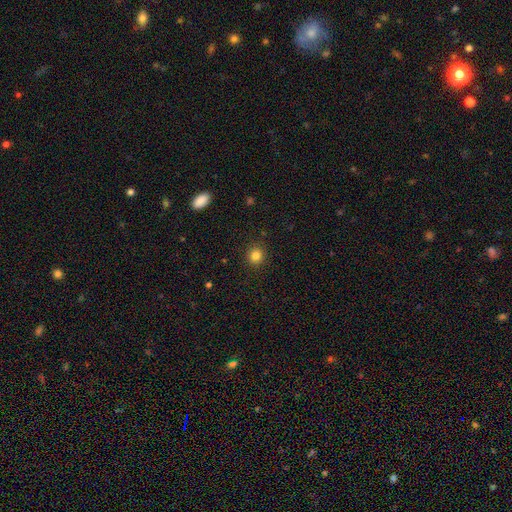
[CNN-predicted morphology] The model was most divided on "smooth or featured": smooth: 82%, star or artifact: 12%, featured or disk: 5%. More confident: merging — none (91%); how rounded — round (90%).